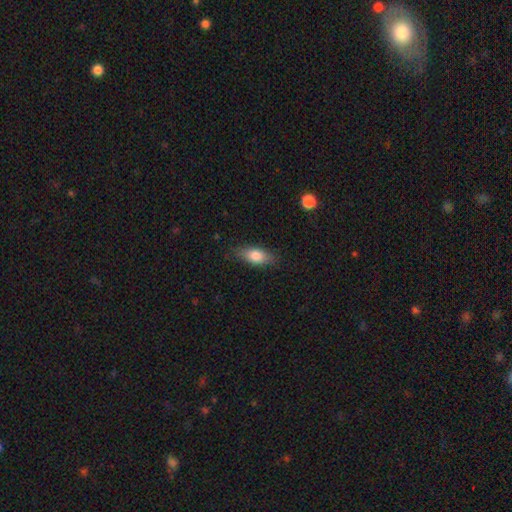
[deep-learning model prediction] Smooth or featured? smooth (77%)
How rounded? in between (78%)
Merging? none (82%)